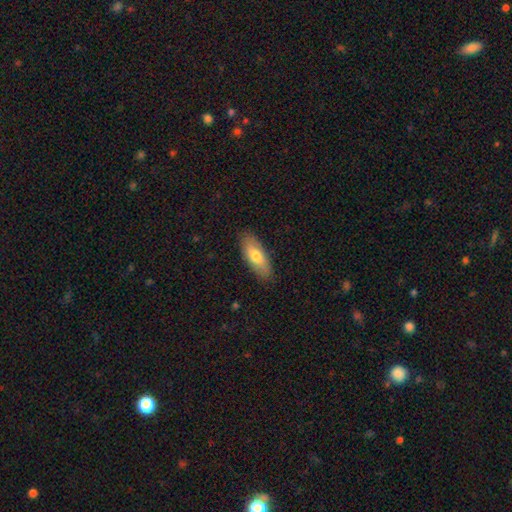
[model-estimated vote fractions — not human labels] This appears to be a smooth galaxy with no disk features (72%) that is in between round and cigar-shaped (76%). Merging: none (86%).